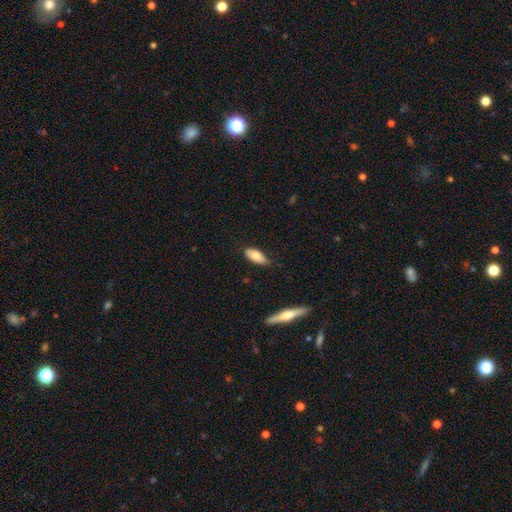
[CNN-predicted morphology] Overall: smooth (77%). How rounded: in between (86%). Merging: none (79%).